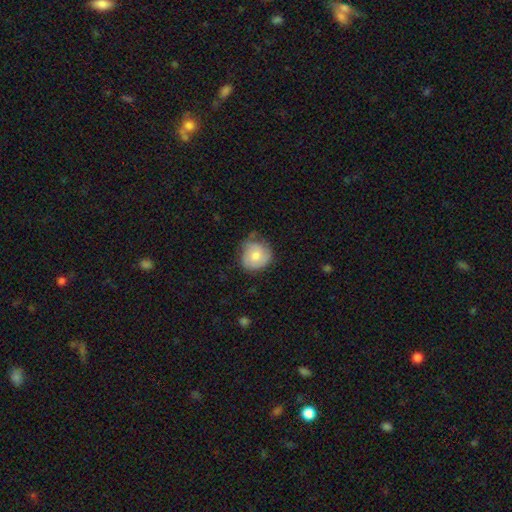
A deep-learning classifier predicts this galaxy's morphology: smooth_or_featured: smooth (p=0.67) [alt: featured or disk p=0.27]
how_rounded: round (p=0.84) [alt: in between p=0.15]
merging: none (p=0.57) [alt: minor disturbance p=0.33]